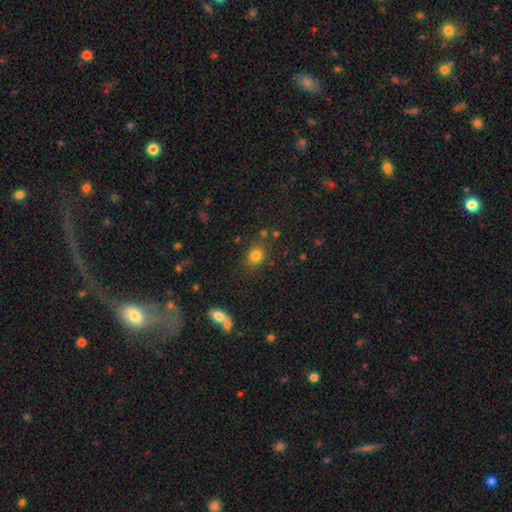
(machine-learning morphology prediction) Smooth or featured?
  - smooth: 79% *
  - star or artifact: 13%
  - featured or disk: 7%
How rounded?
  - round: 62% *
  - in between: 37%
  - cigar-shaped: 1%
Merging?
  - none: 74% *
  - minor disturbance: 14%
  - merger: 7%
  - major disturbance: 5%